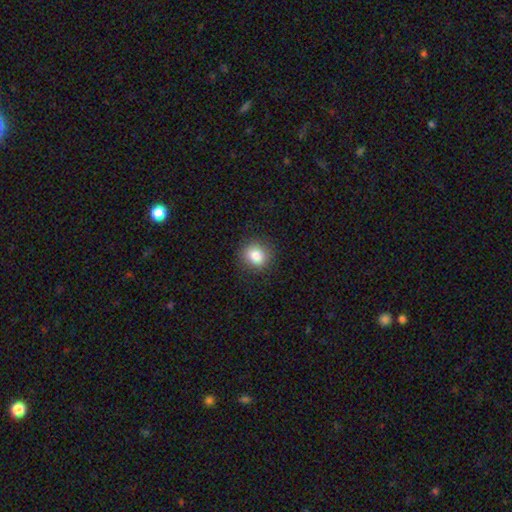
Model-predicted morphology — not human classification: smooth-or-featured: smooth: 84% | star or artifact: 10% | featured or disk: 7%
  how-rounded: round: 77% | in between: 22% | cigar-shaped: 1%
  merging: none: 88% | minor disturbance: 8% | major disturbance: 3% | merger: 1%